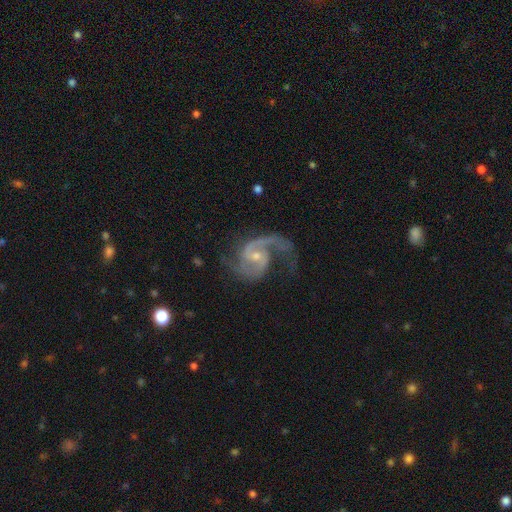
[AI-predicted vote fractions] Smooth or featured: featured or disk — 92% (star or artifact — 5%)
Edge-on disk: no — 98% (yes — 2%)
Bar: no — 48% (weak — 41%)
Spiral arms: yes — 98% (no — 2%)
Spiral winding: medium — 56% (loose — 31%)
Spiral arm count: 2 — 88% (1 — 4%)
Bulge size: small — 64% (moderate — 31%)
Merging: none — 63% (minor disturbance — 18%)